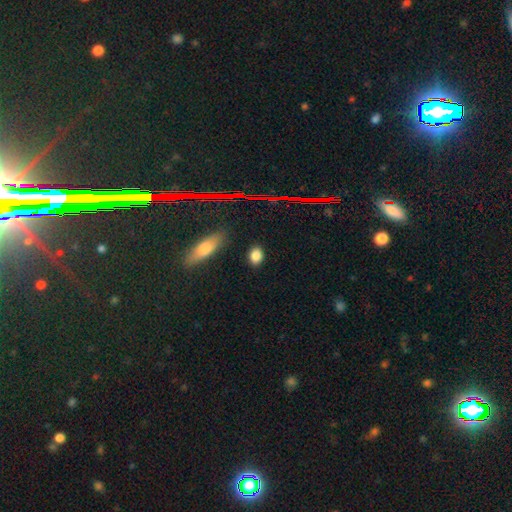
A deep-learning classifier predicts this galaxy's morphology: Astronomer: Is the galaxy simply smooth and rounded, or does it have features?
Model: smooth — 84%.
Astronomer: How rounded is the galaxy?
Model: in between — 78%.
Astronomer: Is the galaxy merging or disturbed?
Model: none — 88%.